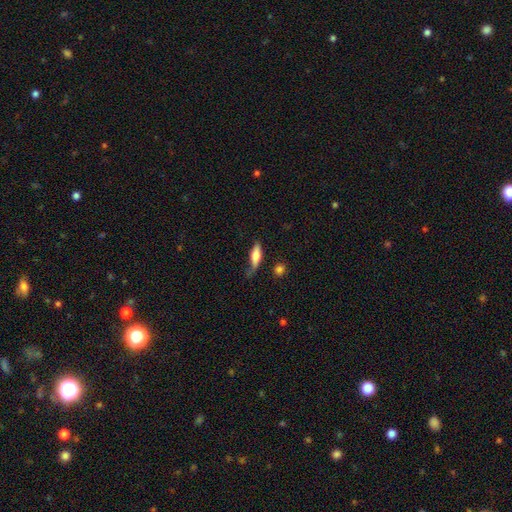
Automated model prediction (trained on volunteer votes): Smooth or featured? Predicted: smooth (p=0.68). How rounded? Predicted: cigar-shaped (p=0.49). Merging? Predicted: none (p=0.52).